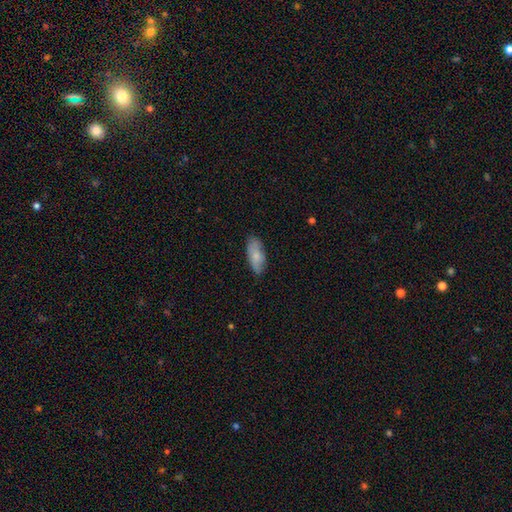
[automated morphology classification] Q: Smooth or featured?
A: smooth (75%); runner-up: featured or disk (19%)
Q: How rounded?
A: in between (82%); runner-up: cigar-shaped (15%)
Q: Merging?
A: none (74%); runner-up: minor disturbance (21%)